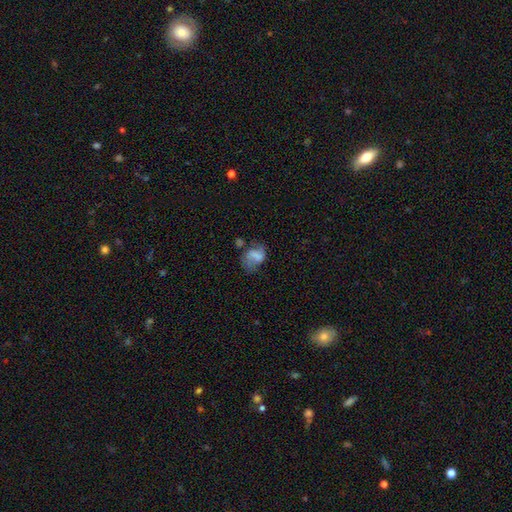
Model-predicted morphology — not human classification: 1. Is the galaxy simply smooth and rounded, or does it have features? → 48% smooth, 41% featured or disk, 11% star or artifact.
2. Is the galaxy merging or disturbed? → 41% none, 27% minor disturbance, 22% major disturbance, 10% merger.